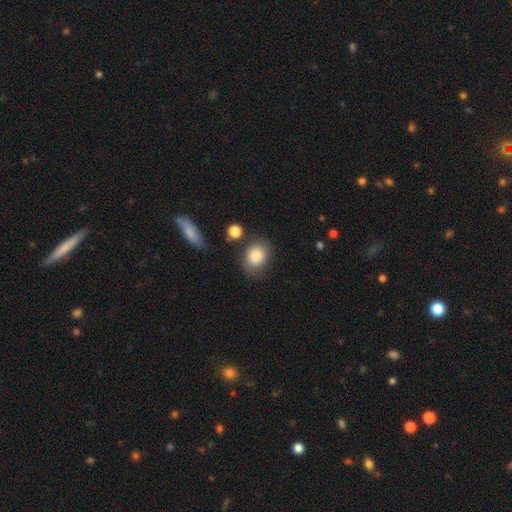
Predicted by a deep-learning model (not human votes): Q: Smooth or featured?
A: smooth (85%); runner-up: star or artifact (8%)
Q: How rounded?
A: in between (52%); runner-up: round (47%)
Q: Merging?
A: none (74%); runner-up: minor disturbance (15%)